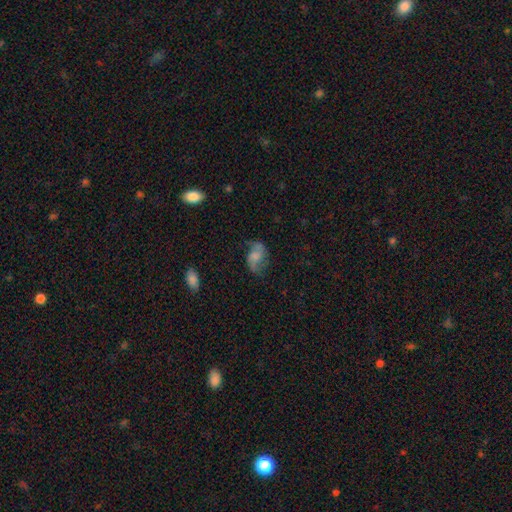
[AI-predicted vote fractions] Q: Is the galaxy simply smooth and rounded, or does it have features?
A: featured or disk — 52%.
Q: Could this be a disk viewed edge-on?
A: no — 96%.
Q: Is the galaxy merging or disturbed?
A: none — 59%.